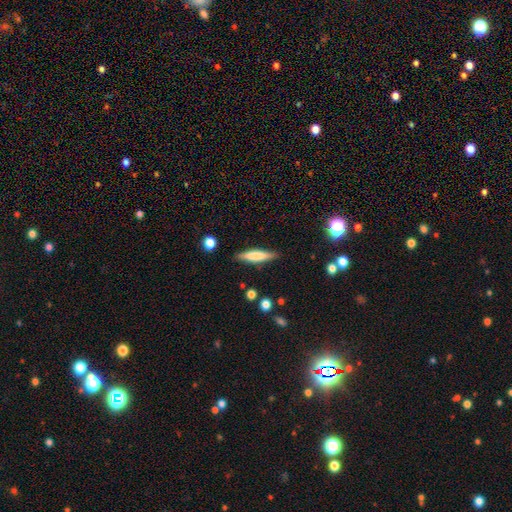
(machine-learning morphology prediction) Smooth or featured? Predicted: smooth (p=0.66). How rounded? Predicted: cigar-shaped (p=0.82). Merging? Predicted: none (p=0.86).